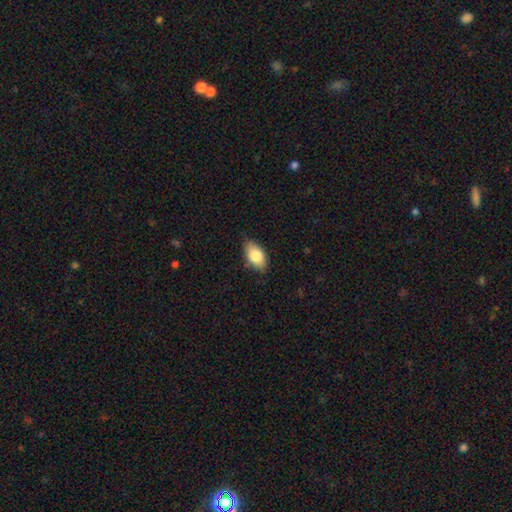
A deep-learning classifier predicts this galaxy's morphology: This appears to be a smooth galaxy with no disk features (82%) that is in between round and cigar-shaped (92%). Merging: none (81%).